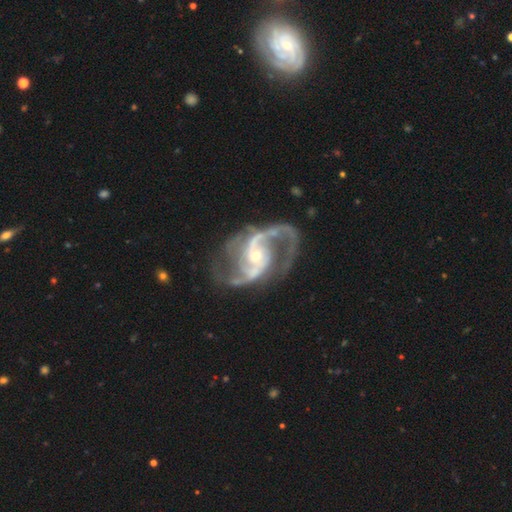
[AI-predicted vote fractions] Q: Smooth or featured?
A: featured or disk (92%); runner-up: star or artifact (5%)
Q: Edge-on disk?
A: no (98%); runner-up: yes (2%)
Q: Bar?
A: no (50%); runner-up: weak (31%)
Q: Spiral arms?
A: yes (98%); runner-up: no (2%)
Q: Spiral winding?
A: medium (56%); runner-up: loose (30%)
Q: Spiral arm count?
A: 2 (84%); runner-up: 3 (6%)
Q: Bulge size?
A: small (60%); runner-up: moderate (36%)
Q: Merging?
A: none (67%); runner-up: minor disturbance (16%)